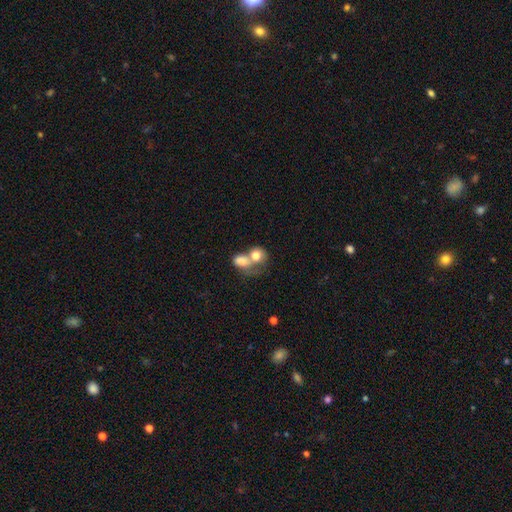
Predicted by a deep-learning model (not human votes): The model was most divided on "how rounded": round: 54%, in between: 45%, cigar-shaped: 1%. More confident: smooth or featured — smooth (73%); merging — merger (71%).